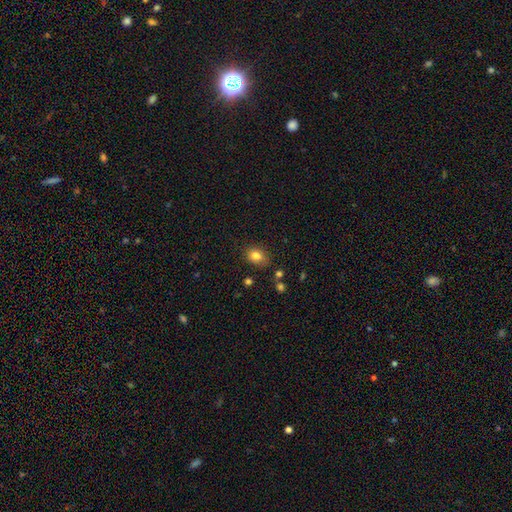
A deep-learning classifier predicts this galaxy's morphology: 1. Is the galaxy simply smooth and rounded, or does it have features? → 82% smooth, 10% star or artifact, 7% featured or disk.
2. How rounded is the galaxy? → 67% in between, 32% round, 1% cigar-shaped.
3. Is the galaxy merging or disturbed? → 77% none, 16% minor disturbance, 4% merger, 4% major disturbance.